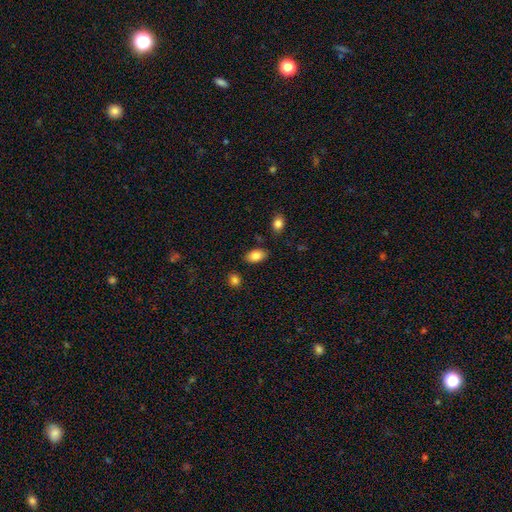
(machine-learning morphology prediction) type=smooth (83%); roundness=in between (91%); merging=none (83%).